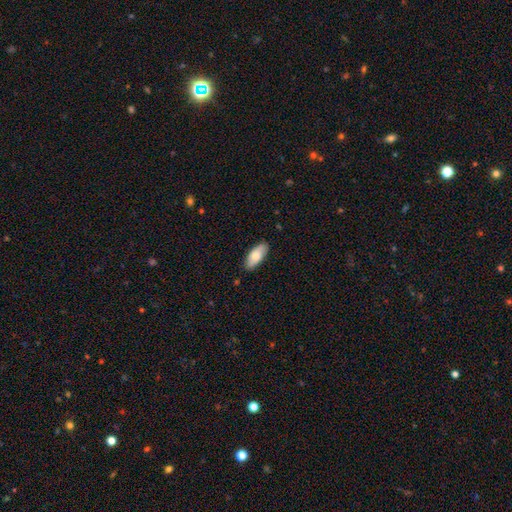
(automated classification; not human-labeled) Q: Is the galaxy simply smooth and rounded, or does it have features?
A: smooth — 75%.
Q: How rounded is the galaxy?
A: in between — 87%.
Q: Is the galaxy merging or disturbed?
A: none — 85%.